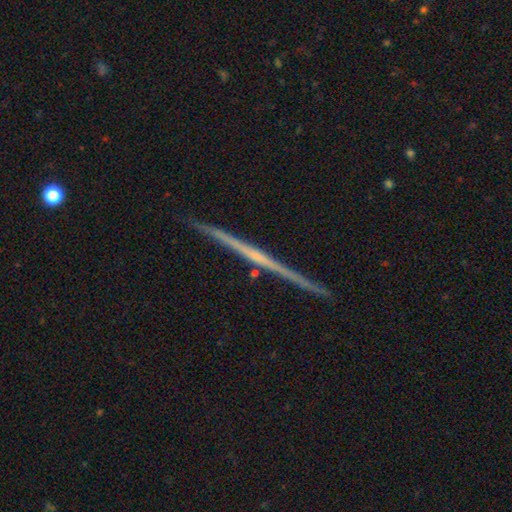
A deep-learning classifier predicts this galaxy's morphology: Smooth or featured? Predicted: featured or disk (p=0.74). Edge-on disk? Predicted: yes (p=0.98). Edge-on bulge? Predicted: none (p=0.77). Merging? Predicted: none (p=0.92).